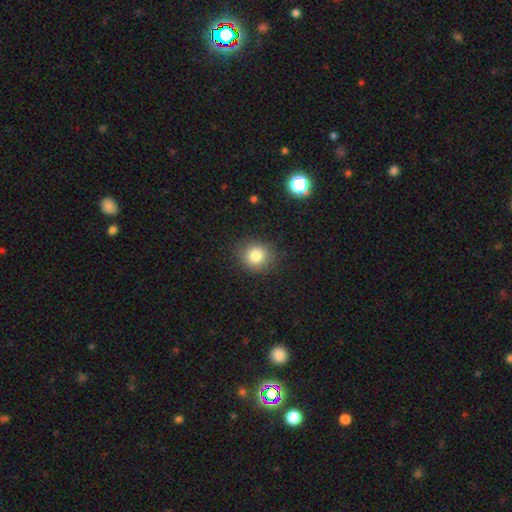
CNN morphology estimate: Smooth or featured? smooth (81%)
How rounded? round (83%)
Merging? none (87%)